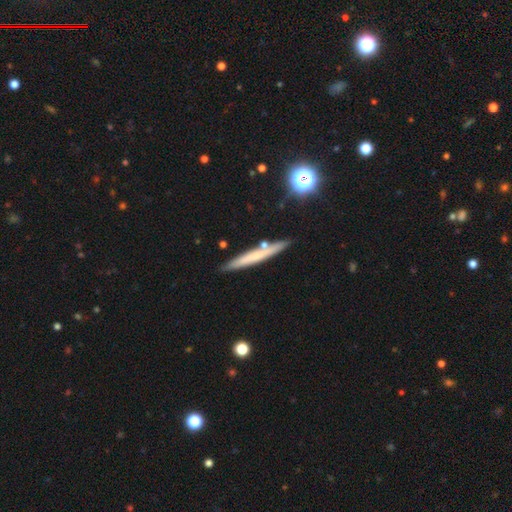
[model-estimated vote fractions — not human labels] This appears to be a smooth galaxy with no disk features (51%) that is cigar-shaped (95%). Merging: none (82%).